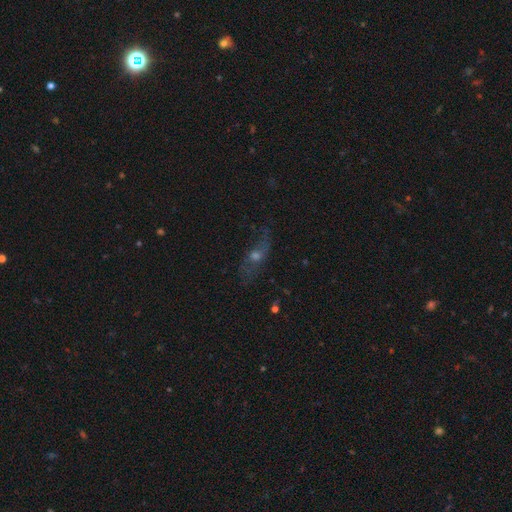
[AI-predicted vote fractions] Smooth or featured?
  - featured or disk: 51% *
  - smooth: 31%
  - star or artifact: 18%
Edge-on disk?
  - no: 63% *
  - yes: 37%
Merging?
  - none: 60% *
  - minor disturbance: 22%
  - major disturbance: 15%
  - merger: 3%